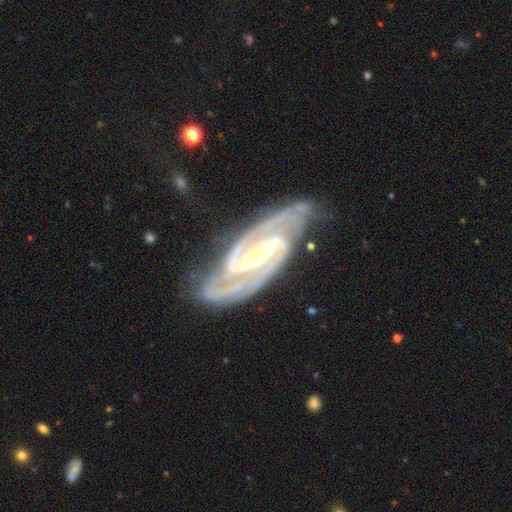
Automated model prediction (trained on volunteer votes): This appears to be a featured or disk galaxy (94%) with a strong bar (66%), 2 (83%) tight (52%) spiral arms (99%) and a small central bulge (69%). Merging: none (77%).